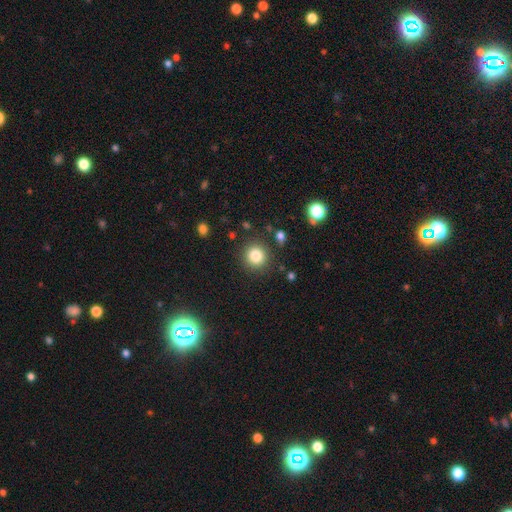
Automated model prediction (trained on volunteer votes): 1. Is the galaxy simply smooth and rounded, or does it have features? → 83% smooth, 11% star or artifact, 6% featured or disk.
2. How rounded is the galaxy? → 92% round, 7% in between, 1% cigar-shaped.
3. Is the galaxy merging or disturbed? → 87% none, 7% minor disturbance, 3% major disturbance, 2% merger.